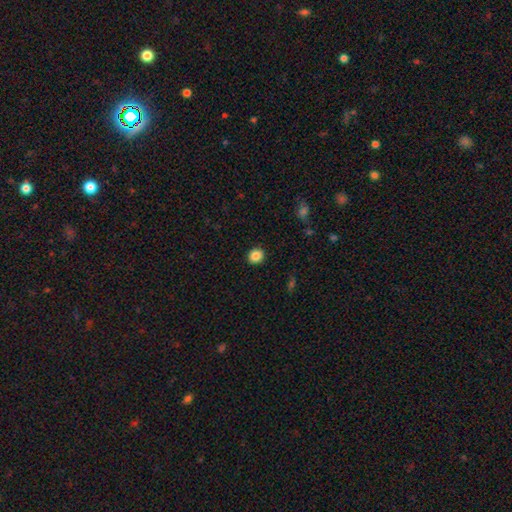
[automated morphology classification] Q: Smooth or featured?
A: smooth (86%); runner-up: star or artifact (10%)
Q: How rounded?
A: round (81%); runner-up: in between (18%)
Q: Merging?
A: none (92%); runner-up: minor disturbance (5%)